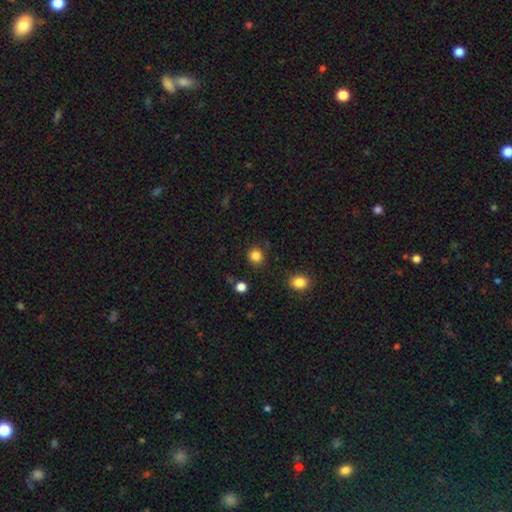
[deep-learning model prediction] Smooth or featured? Predicted: smooth (p=0.85). How rounded? Predicted: round (p=0.88). Merging? Predicted: none (p=0.86).